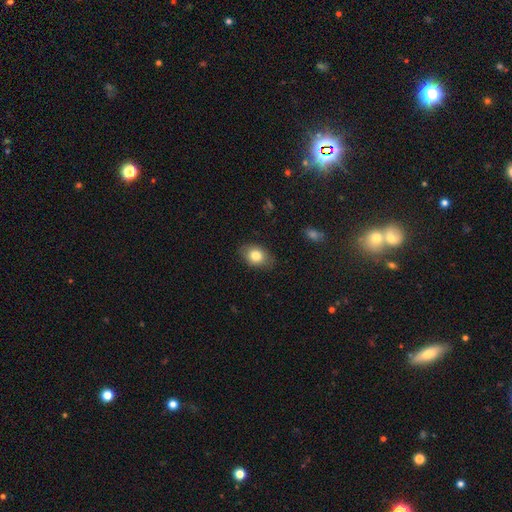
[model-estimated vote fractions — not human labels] smooth 81%, featured or disk 11%, star or artifact 8%. Down the decision tree: how rounded — in between (76%); merging — none (83%).